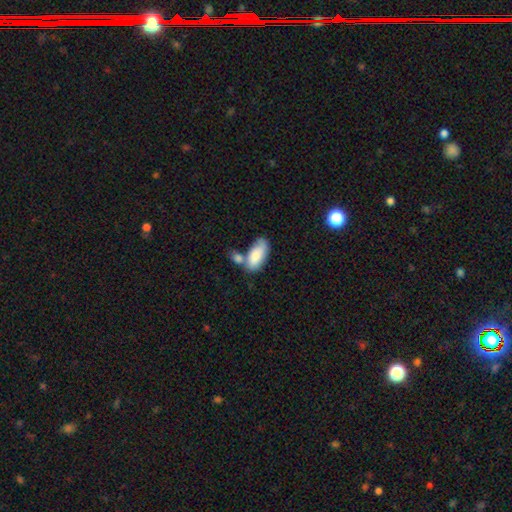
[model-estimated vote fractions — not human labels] This appears to be a smooth galaxy with no disk features (80%) that is in between round and cigar-shaped (91%). Merging: merger (39%).